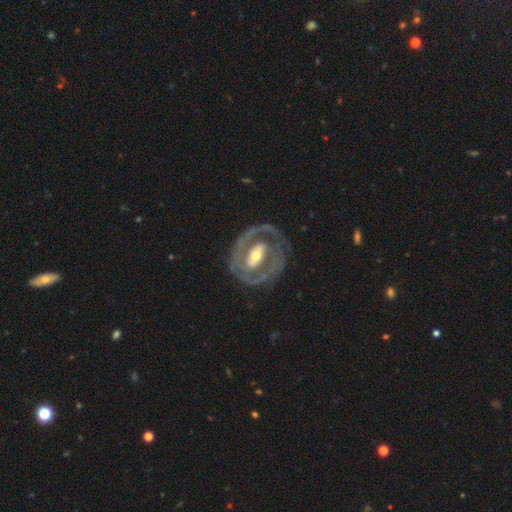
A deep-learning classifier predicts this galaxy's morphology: Smooth or featured? Predicted: featured or disk (p=0.82). Edge-on disk? Predicted: no (p=0.95). Bar? Predicted: strong (p=0.42). Spiral arms? Predicted: yes (p=0.71). Spiral winding? Predicted: tight (p=0.59). Spiral arm count? Predicted: 2 (p=0.58). Bulge size? Predicted: moderate (p=0.60). Merging? Predicted: none (p=0.70).